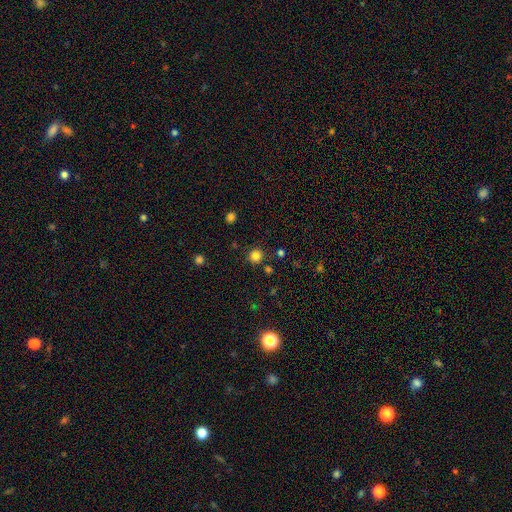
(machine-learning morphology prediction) Smooth or featured: smooth — 82% (star or artifact — 14%)
How rounded: round — 94% (in between — 5%)
Merging: none — 86% (minor disturbance — 7%)